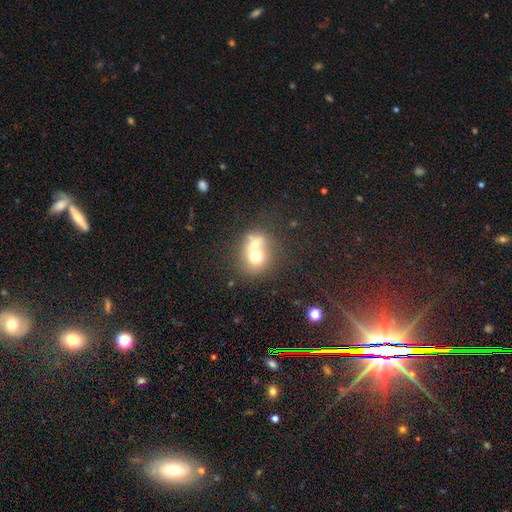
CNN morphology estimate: Smooth or featured: smooth — 63% (featured or disk — 25%)
How rounded: round — 71% (in between — 28%)
Merging: merger — 61% (none — 26%)